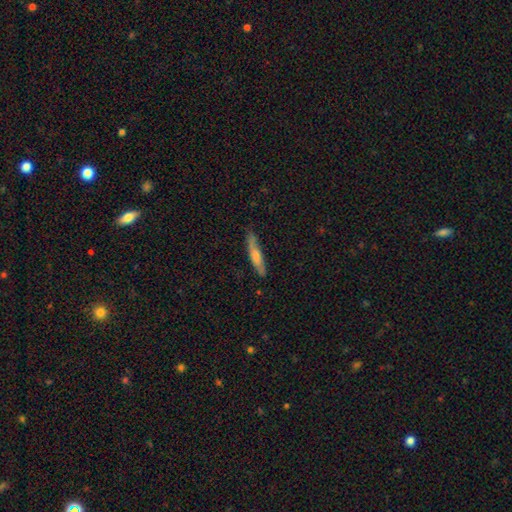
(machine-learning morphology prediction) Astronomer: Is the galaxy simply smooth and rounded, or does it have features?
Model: smooth — 55% (runner-up: featured or disk, 39%).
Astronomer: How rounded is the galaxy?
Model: cigar-shaped — 89%.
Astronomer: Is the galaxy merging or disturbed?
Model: none — 81%.